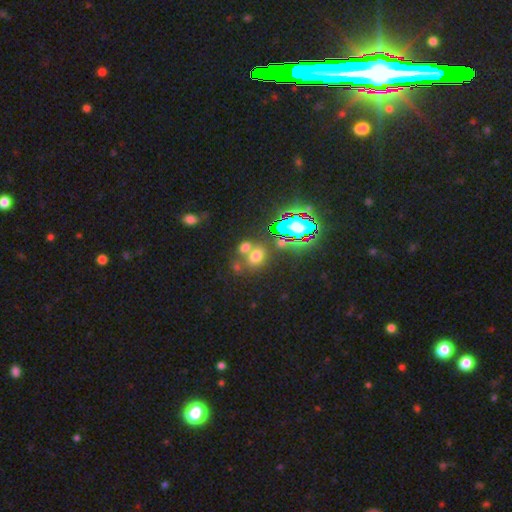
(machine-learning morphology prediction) Smooth or featured? Predicted: smooth (p=0.58). How rounded? Predicted: round (p=0.56). Merging? Predicted: none (p=0.54).